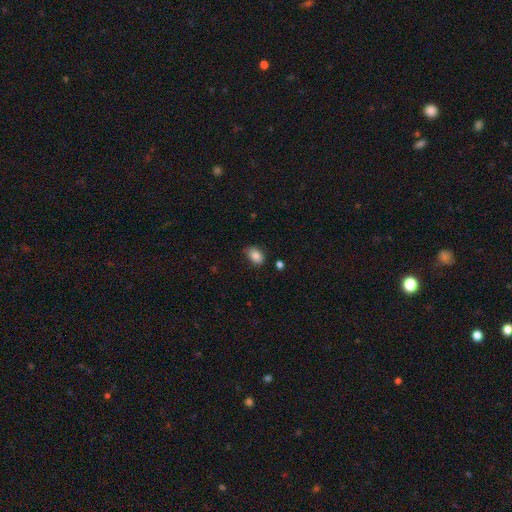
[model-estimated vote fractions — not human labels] Morphology: type=smooth (82%); roundness=in between (83%); merging=none (81%).